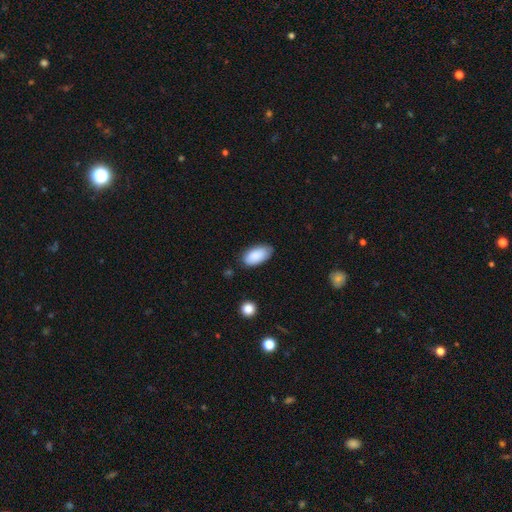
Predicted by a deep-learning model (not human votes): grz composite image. It shows a smooth galaxy with no disk features (88%) that is in between round and cigar-shaped (94%). Merging: none (78%).